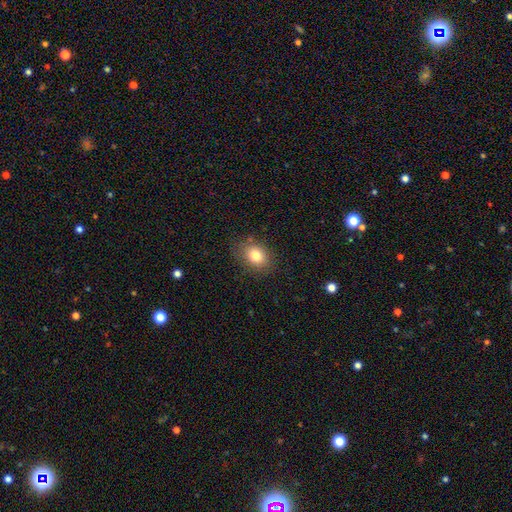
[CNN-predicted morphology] A smooth galaxy with no disk features (80%) that is in between round and cigar-shaped (66%). Merging: none (82%).